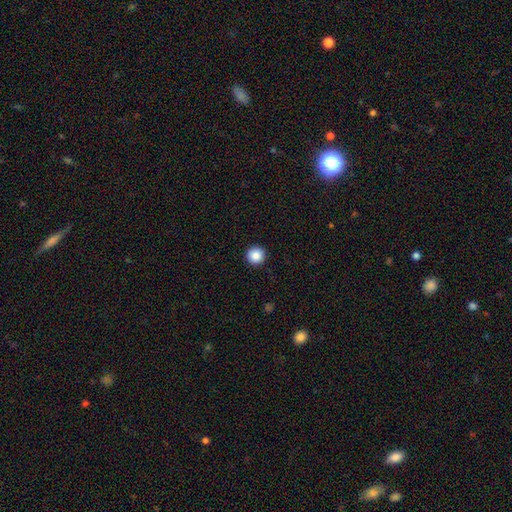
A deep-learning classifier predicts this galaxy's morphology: A smooth galaxy with no disk features (87%) that is round (96%). Merging: none (93%).